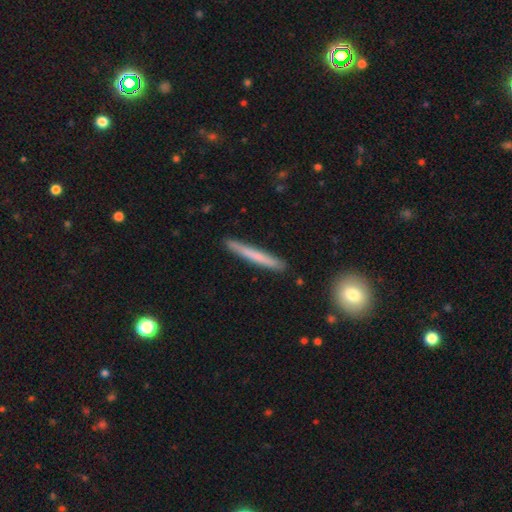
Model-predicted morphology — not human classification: Smooth or featured? smooth (63%)
How rounded? cigar-shaped (97%)
Merging? none (89%)